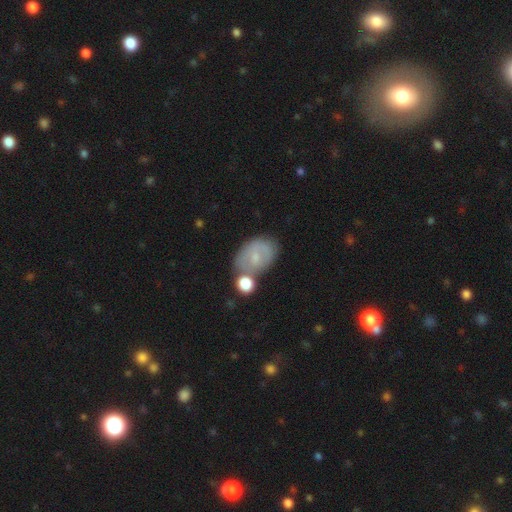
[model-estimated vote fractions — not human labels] A smooth galaxy with no disk features (50%) that is in between round and cigar-shaped (76%).

Vote fractions:
- Smooth or featured? smooth: 50% / featured or disk: 40% / star or artifact: 10%
- How rounded? in between: 76% / round: 23% / cigar-shaped: 1%
- Merging? none: 52% / minor disturbance: 22% / merger: 17% / major disturbance: 9%